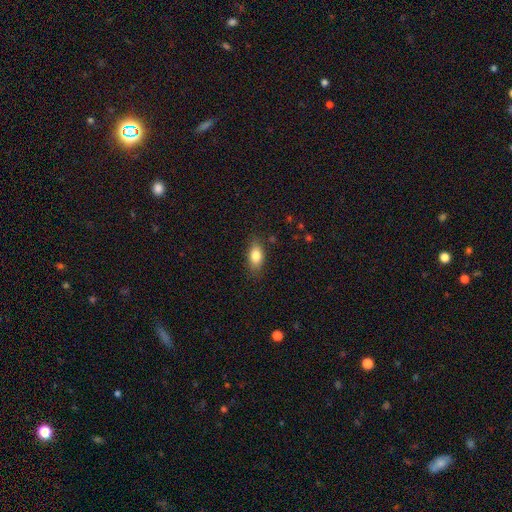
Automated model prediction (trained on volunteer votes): Smooth or featured: smooth — 81% (featured or disk — 11%)
How rounded: in between — 86% (round — 8%)
Merging: none — 81% (minor disturbance — 14%)